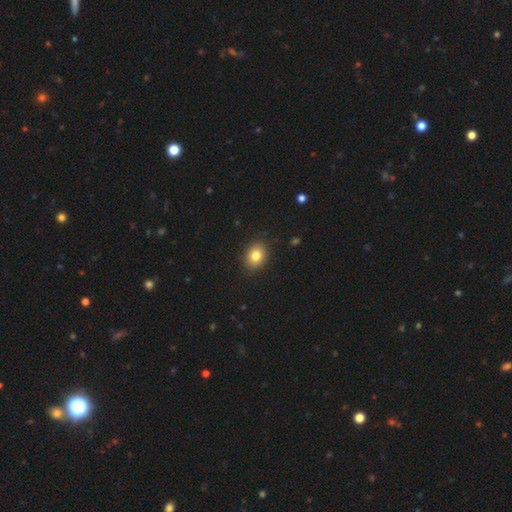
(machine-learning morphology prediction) Smooth or featured?
  - smooth: 83% *
  - star or artifact: 10%
  - featured or disk: 7%
How rounded?
  - round: 53% *
  - in between: 46%
  - cigar-shaped: 1%
Merging?
  - none: 90% *
  - minor disturbance: 7%
  - major disturbance: 2%
  - merger: 1%